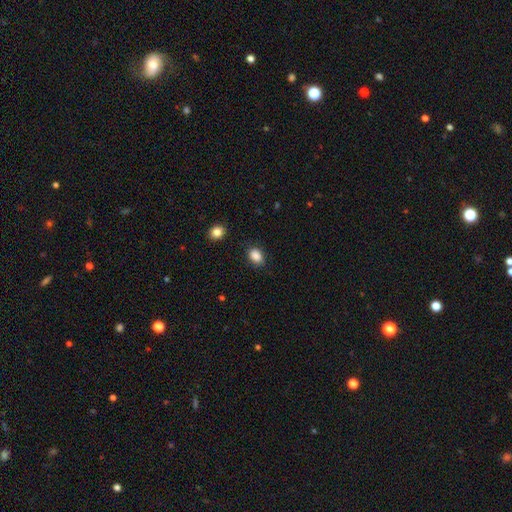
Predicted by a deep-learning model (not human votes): Smooth or featured: smooth — 87% (star or artifact — 9%)
How rounded: in between — 73% (round — 26%)
Merging: none — 84% (minor disturbance — 11%)